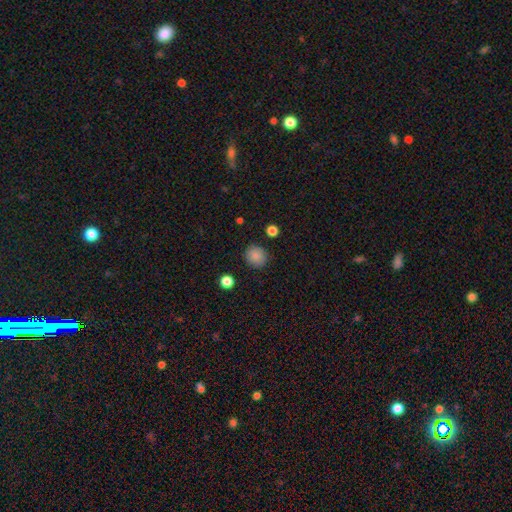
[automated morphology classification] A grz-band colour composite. It shows a smooth galaxy with no disk features (87%) that is round (88%). Merging: none (87%).